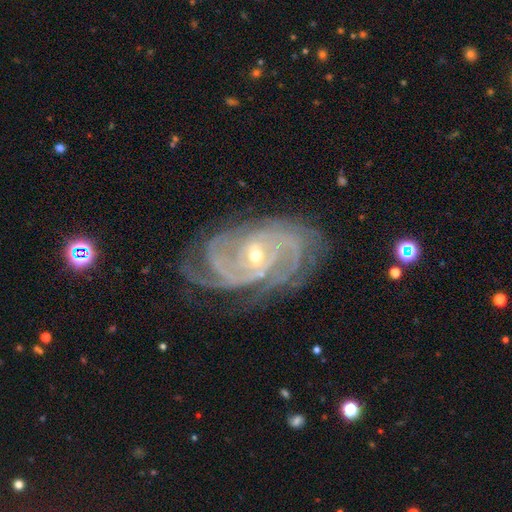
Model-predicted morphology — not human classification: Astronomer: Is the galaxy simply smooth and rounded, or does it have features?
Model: featured or disk — 92%.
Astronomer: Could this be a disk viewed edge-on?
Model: no — 96%.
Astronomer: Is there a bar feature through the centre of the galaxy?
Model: weak — 40% (runner-up: no, 39%).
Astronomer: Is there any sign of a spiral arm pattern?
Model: yes — 98%.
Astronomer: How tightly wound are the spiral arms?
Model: tight — 71%.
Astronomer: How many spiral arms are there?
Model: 4 — 29% (runner-up: 3, 22%).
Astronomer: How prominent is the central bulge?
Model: small — 63%.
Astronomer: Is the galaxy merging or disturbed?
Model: none — 75%.